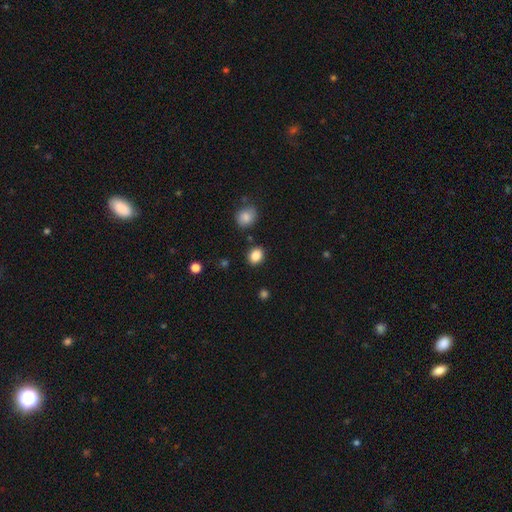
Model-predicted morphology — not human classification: smooth-or-featured: smooth: 86% | star or artifact: 10% | featured or disk: 4%
  how-rounded: round: 56% | in between: 43% | cigar-shaped: 1%
  merging: none: 86% | minor disturbance: 8% | merger: 3% | major disturbance: 2%